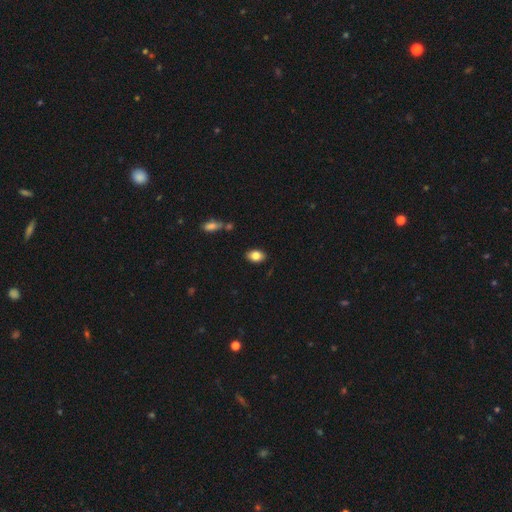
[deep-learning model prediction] Smooth or featured?
  - smooth: 83% *
  - featured or disk: 9%
  - star or artifact: 8%
How rounded?
  - in between: 86% *
  - round: 13%
  - cigar-shaped: 2%
Merging?
  - none: 86% *
  - minor disturbance: 10%
  - merger: 2%
  - major disturbance: 2%